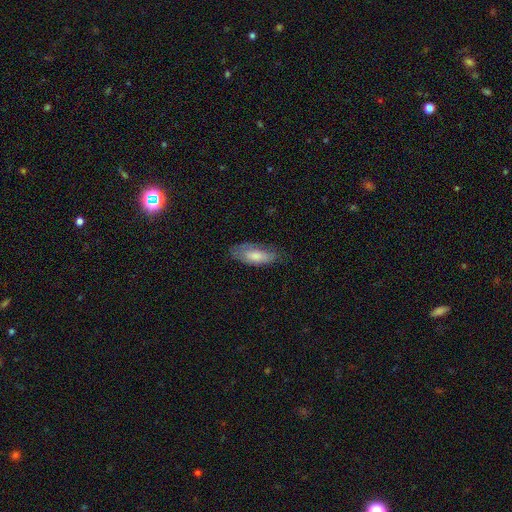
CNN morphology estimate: Smooth or featured? Predicted: smooth (p=0.73). How rounded? Predicted: in between (p=0.80). Merging? Predicted: none (p=0.65).